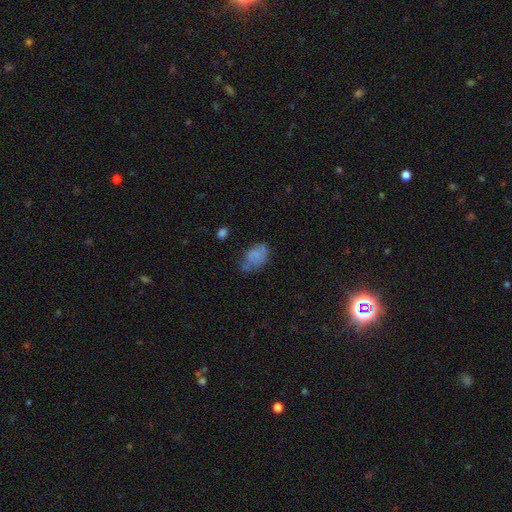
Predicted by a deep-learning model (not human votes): smooth-or-featured: smooth: 69% | featured or disk: 19% | star or artifact: 12%
  how-rounded: in between: 82% | round: 16% | cigar-shaped: 1%
  merging: none: 43% | minor disturbance: 32% | major disturbance: 16% | merger: 9%